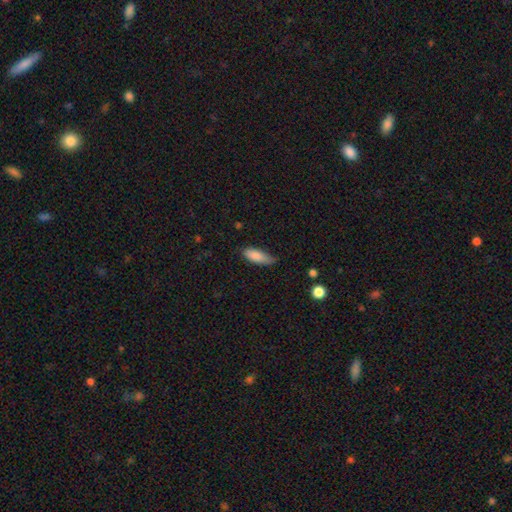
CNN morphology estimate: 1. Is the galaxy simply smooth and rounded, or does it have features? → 83% smooth, 10% featured or disk, 7% star or artifact.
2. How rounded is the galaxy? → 67% in between, 31% cigar-shaped, 2% round.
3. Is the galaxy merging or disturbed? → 59% none, 33% minor disturbance, 5% major disturbance, 2% merger.